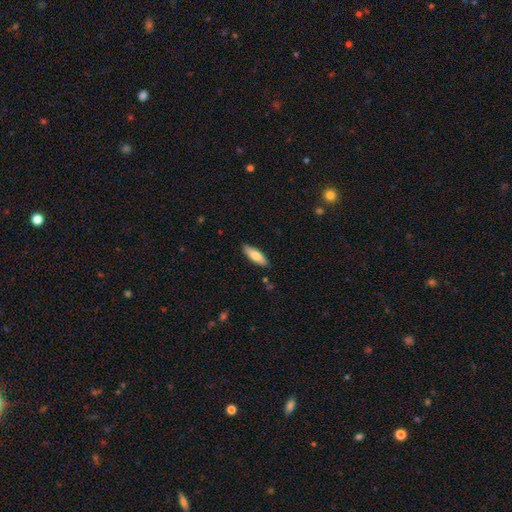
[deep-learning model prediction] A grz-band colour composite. It shows a smooth galaxy with no disk features (78%) that is in between round and cigar-shaped (58%). Merging: none (86%).